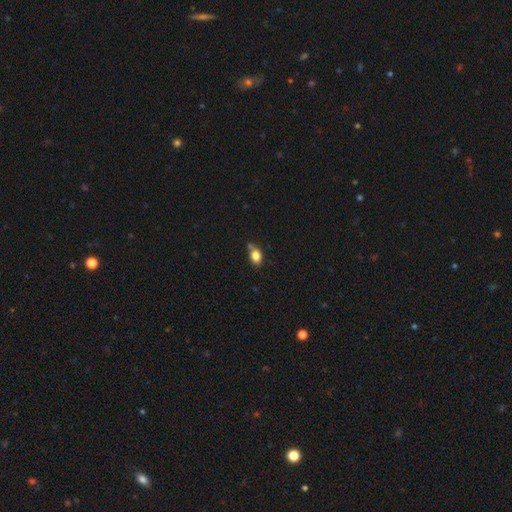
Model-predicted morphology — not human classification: The model was most divided on "merging": none: 54%, minor disturbance: 27%, merger: 13%, major disturbance: 6%. More confident: smooth or featured — smooth (82%); how rounded — in between (78%).